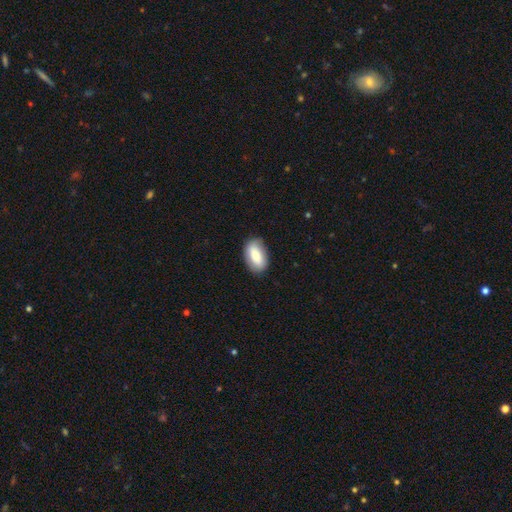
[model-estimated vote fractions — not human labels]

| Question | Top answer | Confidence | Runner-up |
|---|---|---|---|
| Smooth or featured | smooth | 72% | featured or disk (21%) |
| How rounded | in between | 92% | round (5%) |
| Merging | none | 84% | minor disturbance (12%) |